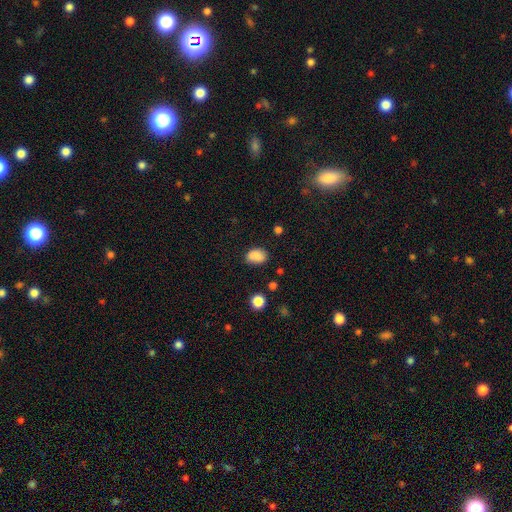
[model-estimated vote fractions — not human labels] Smooth or featured? smooth (87%)
How rounded? in between (81%)
Merging? none (74%)